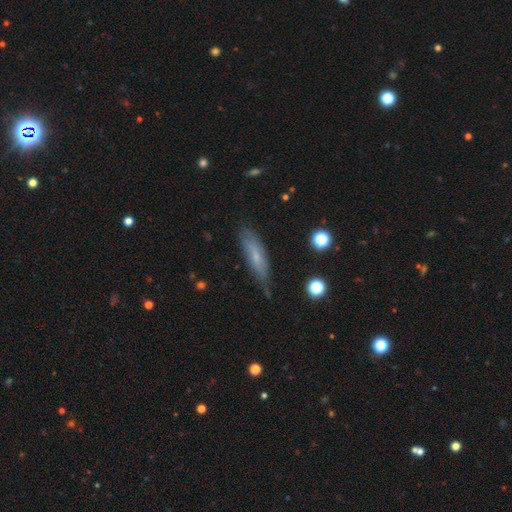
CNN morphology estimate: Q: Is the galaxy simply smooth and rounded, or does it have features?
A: smooth — 58%.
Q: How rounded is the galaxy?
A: cigar-shaped — 70%.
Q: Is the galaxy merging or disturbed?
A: none — 70%.